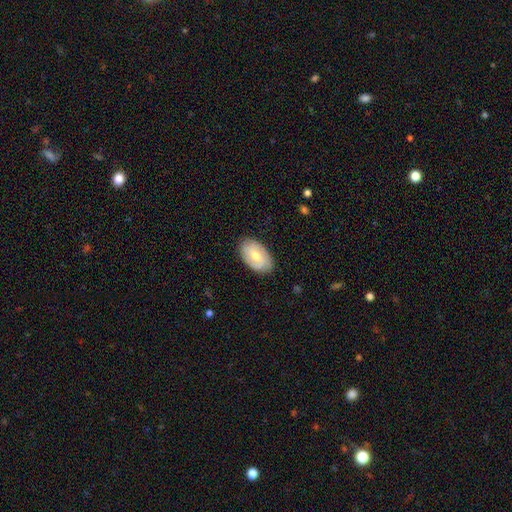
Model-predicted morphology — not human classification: A smooth galaxy with no disk features (54%) that is in between round and cigar-shaped (92%).

Vote fractions:
- Smooth or featured? smooth: 54% / featured or disk: 40% / star or artifact: 6%
- How rounded? in between: 92% / round: 7% / cigar-shaped: 1%
- Merging? none: 84% / minor disturbance: 12% / major disturbance: 3% / merger: 1%